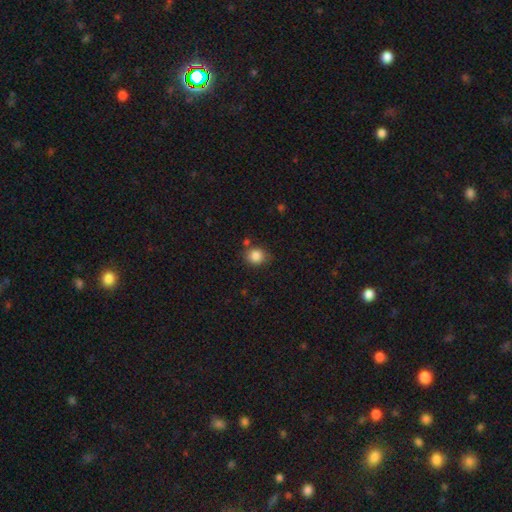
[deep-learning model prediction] The model was most divided on "how rounded": round: 77%, in between: 22%, cigar-shaped: 1%. More confident: smooth or featured — smooth (85%); merging — none (74%).